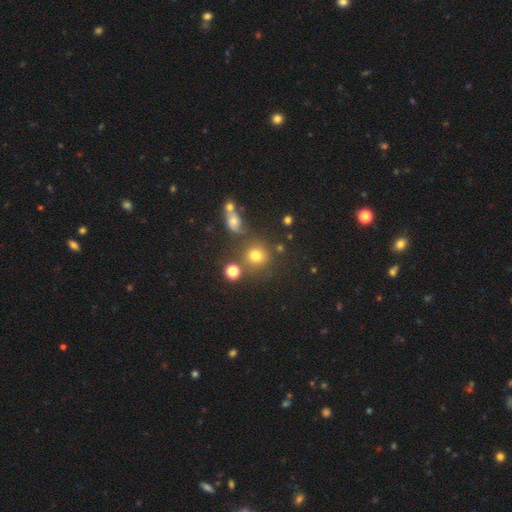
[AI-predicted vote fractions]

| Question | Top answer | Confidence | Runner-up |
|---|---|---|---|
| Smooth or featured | smooth | 73% | star or artifact (18%) |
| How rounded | round | 88% | in between (11%) |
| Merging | none | 71% | merger (12%) |